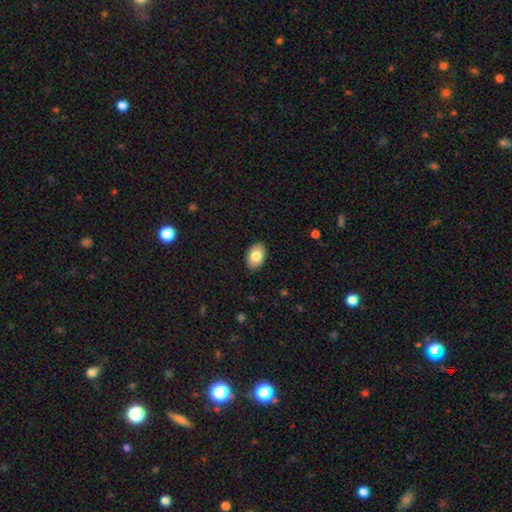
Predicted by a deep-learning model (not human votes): smooth_or_featured: smooth (p=0.83) [alt: featured or disk p=0.10]
how_rounded: in between (p=0.90) [alt: round p=0.09]
merging: none (p=0.89) [alt: minor disturbance p=0.09]